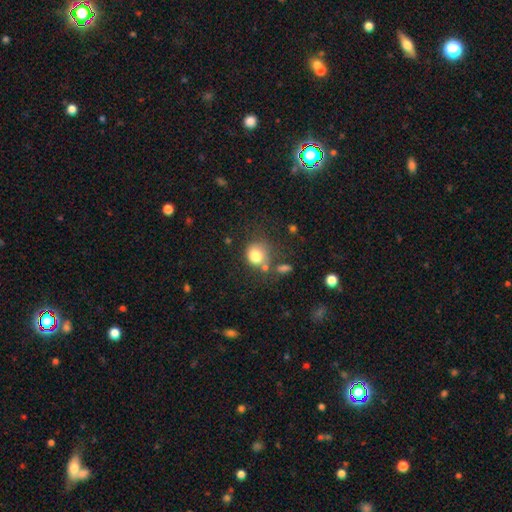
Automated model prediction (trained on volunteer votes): Smooth or featured? Predicted: smooth (p=0.80). How rounded? Predicted: round (p=0.77). Merging? Predicted: none (p=0.54).